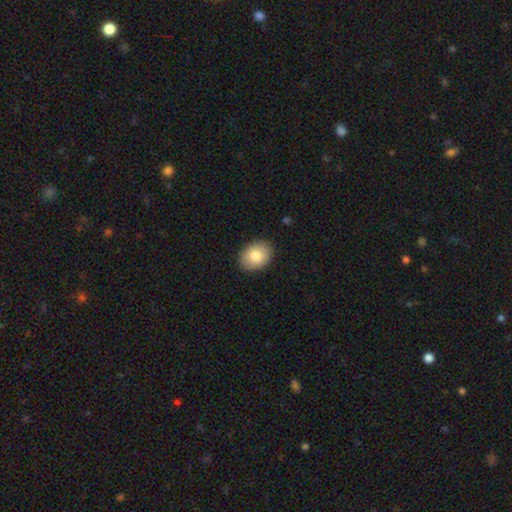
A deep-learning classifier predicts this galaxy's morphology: A smooth galaxy with no disk features (83%) that is in between round and cigar-shaped (70%). Merging: none (88%).